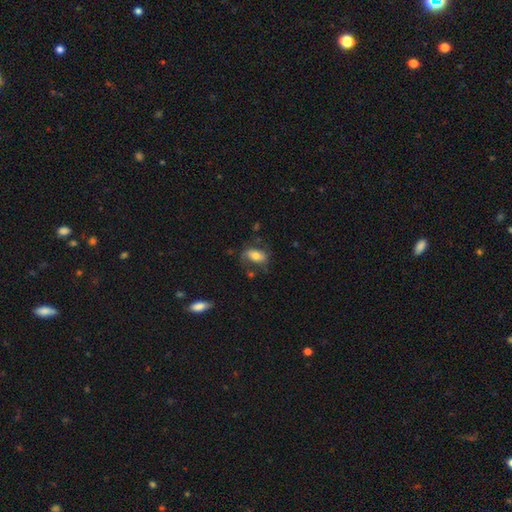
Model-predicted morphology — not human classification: smooth 64%, featured or disk 29%, star or artifact 8%. Down the decision tree: how rounded — in between (88%); merging — none (59%).